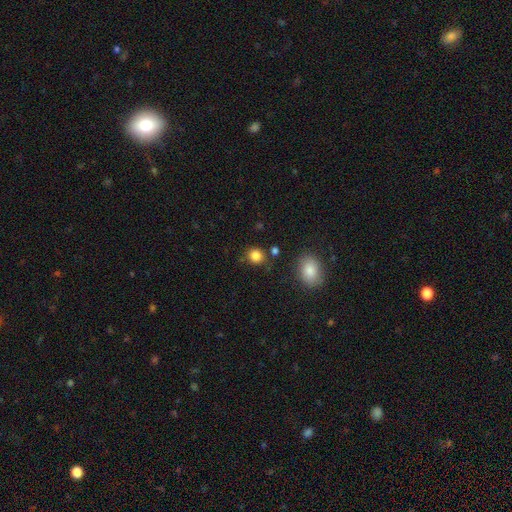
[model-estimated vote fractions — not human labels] Smooth or featured?
  - smooth: 84% *
  - star or artifact: 11%
  - featured or disk: 4%
How rounded?
  - round: 81% *
  - in between: 18%
  - cigar-shaped: 1%
Merging?
  - none: 80% *
  - minor disturbance: 11%
  - merger: 6%
  - major disturbance: 3%